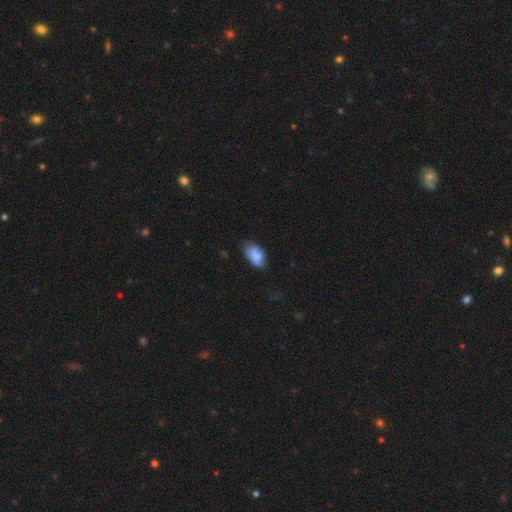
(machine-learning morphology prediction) The model was most divided on "merging": none: 51%, minor disturbance: 33%, major disturbance: 10%, merger: 6%. More confident: how rounded — in between (92%); smooth or featured — smooth (73%).